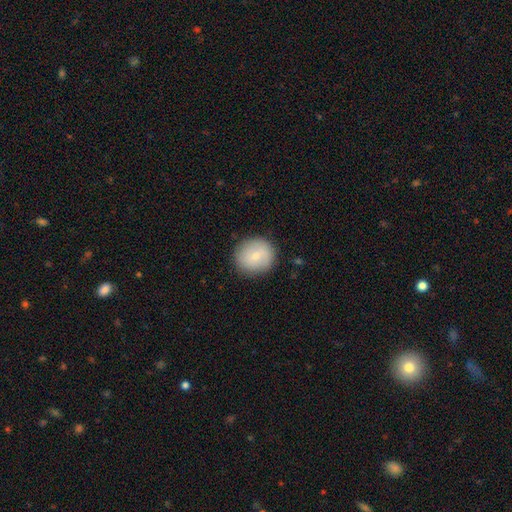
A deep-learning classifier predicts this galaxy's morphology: A smooth galaxy with no disk features (74%) that is round (84%). Merging: none (87%).